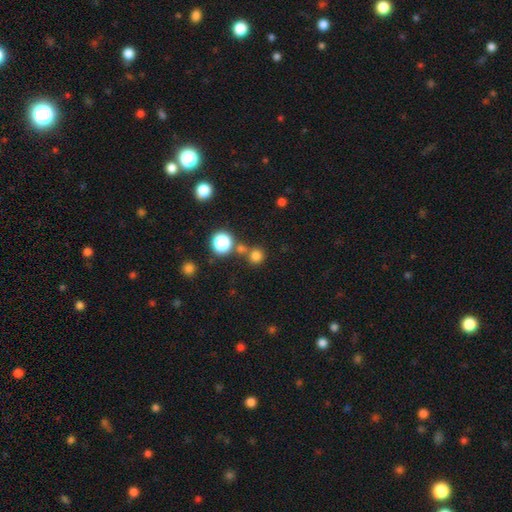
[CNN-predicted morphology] Smooth or featured: smooth — 74% (star or artifact — 20%)
How rounded: round — 90% (in between — 9%)
Merging: none — 69% (merger — 19%)